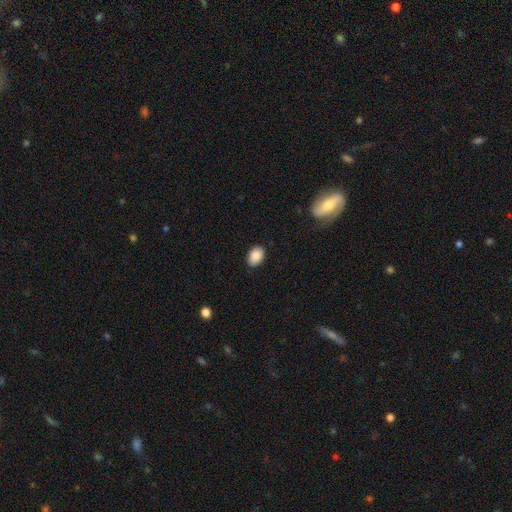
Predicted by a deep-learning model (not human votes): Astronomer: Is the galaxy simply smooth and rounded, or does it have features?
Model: smooth — 89%.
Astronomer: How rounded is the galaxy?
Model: in between — 85%.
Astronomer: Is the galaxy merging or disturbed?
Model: none — 87%.